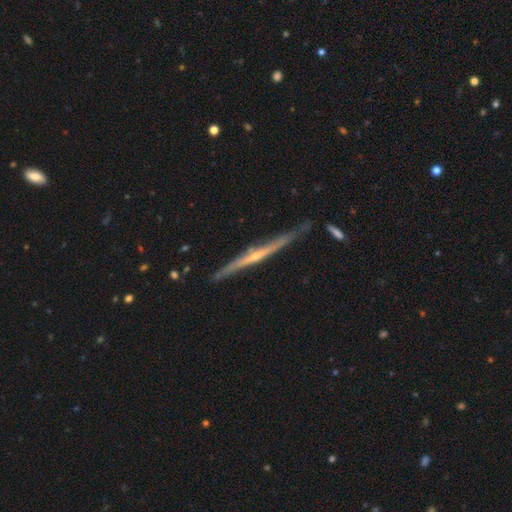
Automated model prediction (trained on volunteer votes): Smooth or featured: featured or disk — 78% (smooth — 16%)
Edge-on disk: yes — 97% (no — 3%)
Edge-on bulge: rounded — 55% (none — 39%)
Merging: none — 78% (minor disturbance — 16%)